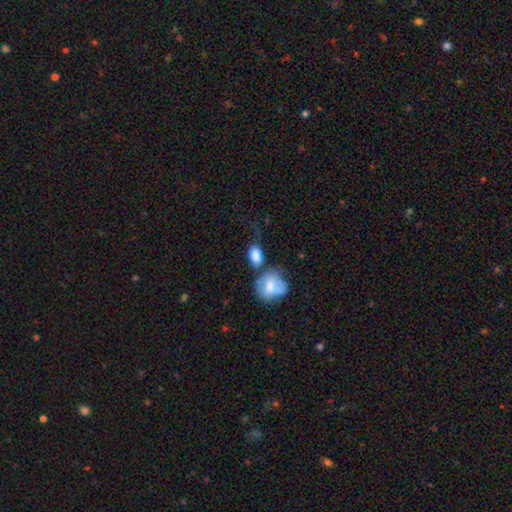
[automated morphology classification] Smooth or featured: smooth — 82% (featured or disk — 11%)
How rounded: in between — 84% (round — 14%)
Merging: none — 40% (minor disturbance — 22%)